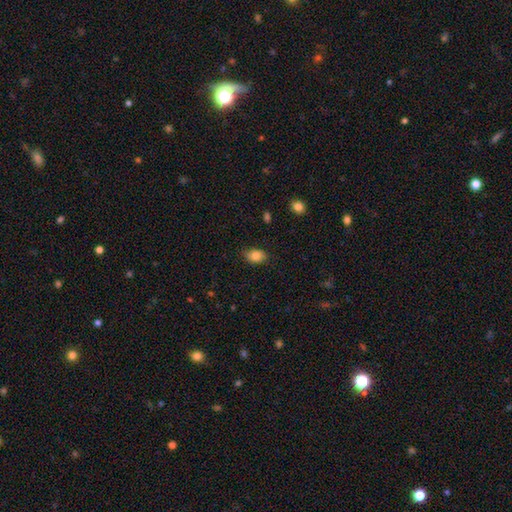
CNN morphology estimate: A smooth galaxy with no disk features (85%) that is in between round and cigar-shaped (78%). Merging: none (83%).